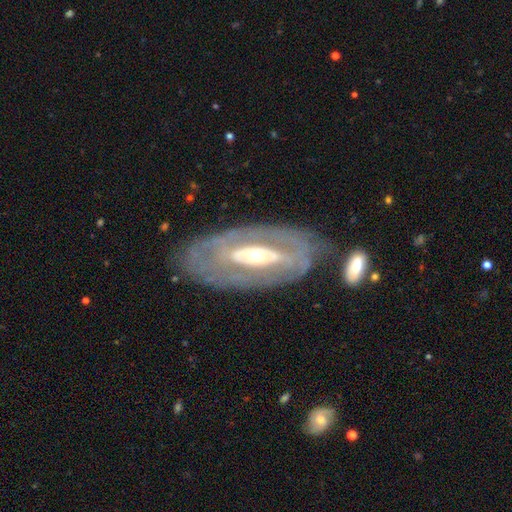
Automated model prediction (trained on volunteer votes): Smooth or featured: featured or disk — 79% (smooth — 16%)
Edge-on disk: no — 88% (yes — 12%)
Bar: no — 43% (strong — 31%)
Spiral arms: no — 51% (yes — 49%)
Bulge size: moderate — 62% (small — 27%)
Merging: none — 72% (minor disturbance — 14%)